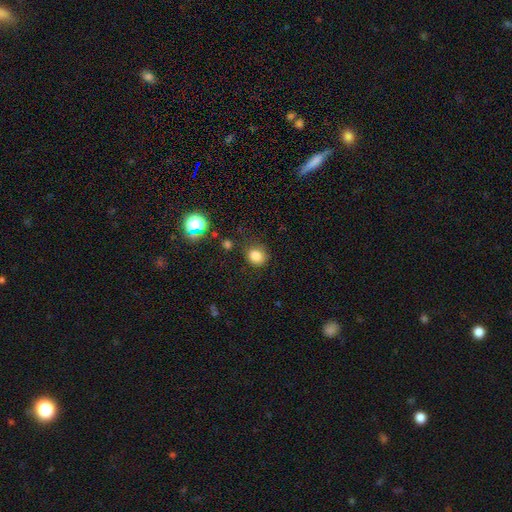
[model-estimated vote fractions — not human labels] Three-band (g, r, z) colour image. It shows a smooth galaxy with no disk features (81%) that is round (73%). Merging: none (78%).